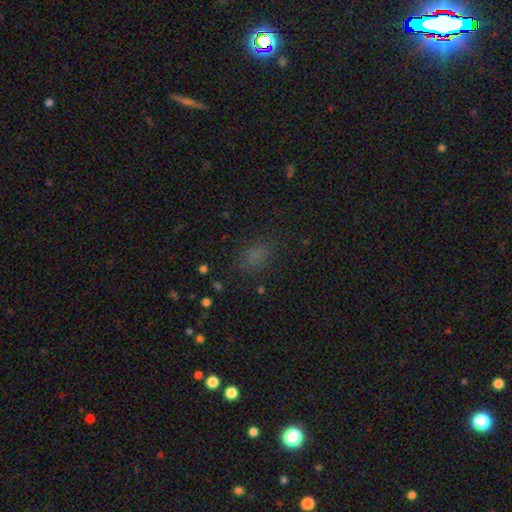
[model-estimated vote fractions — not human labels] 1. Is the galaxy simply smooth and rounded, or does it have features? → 73% smooth, 21% star or artifact, 6% featured or disk.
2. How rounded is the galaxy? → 81% in between, 16% round, 3% cigar-shaped.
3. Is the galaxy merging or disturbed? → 78% none, 15% minor disturbance, 6% major disturbance, 2% merger.